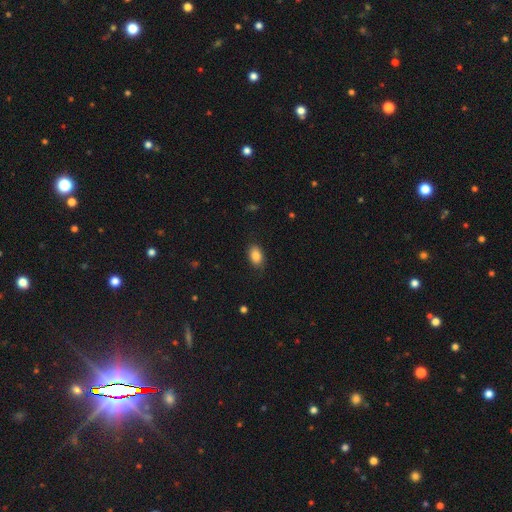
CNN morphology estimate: Q: Smooth or featured?
A: smooth (86%); runner-up: star or artifact (8%)
Q: How rounded?
A: in between (86%); runner-up: round (12%)
Q: Merging?
A: none (81%); runner-up: minor disturbance (15%)